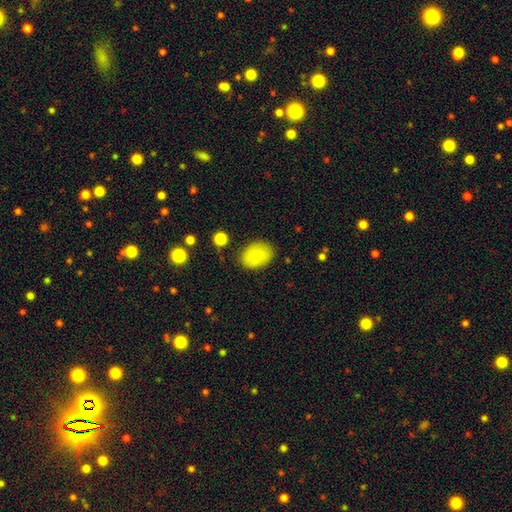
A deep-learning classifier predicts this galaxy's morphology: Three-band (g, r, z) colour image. It shows a smooth galaxy with no disk features (86%) that is in between round and cigar-shaped (73%). Merging: none (81%).